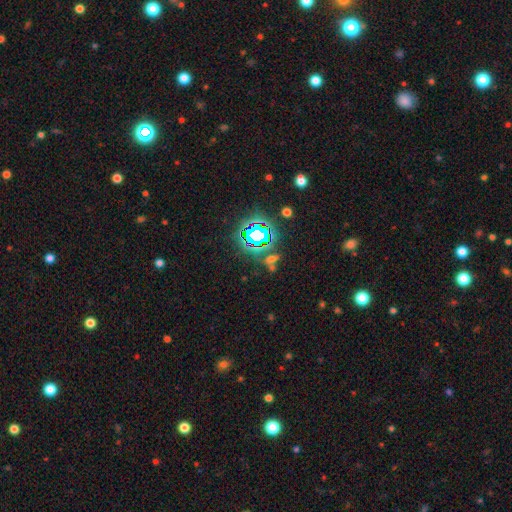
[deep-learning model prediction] A star or artifact, not a galaxy (79%).